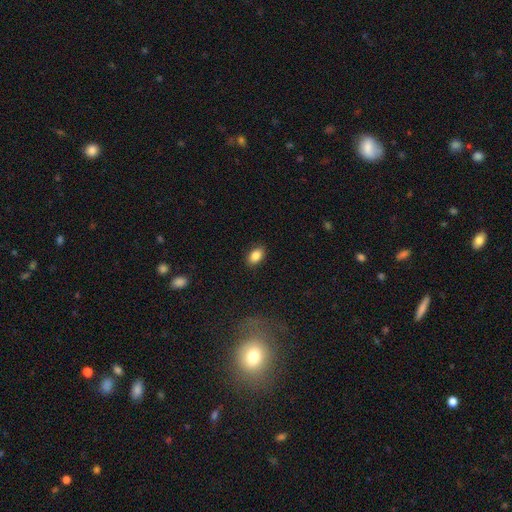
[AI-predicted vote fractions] Smooth or featured: smooth — 86% (star or artifact — 8%)
How rounded: in between — 90% (round — 8%)
Merging: none — 87% (minor disturbance — 9%)